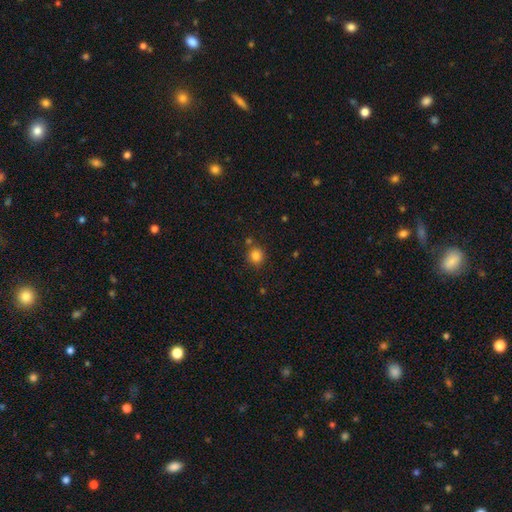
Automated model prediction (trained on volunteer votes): smooth 83%, star or artifact 12%, featured or disk 5%. Down the decision tree: how rounded — round (90%); merging — none (81%).